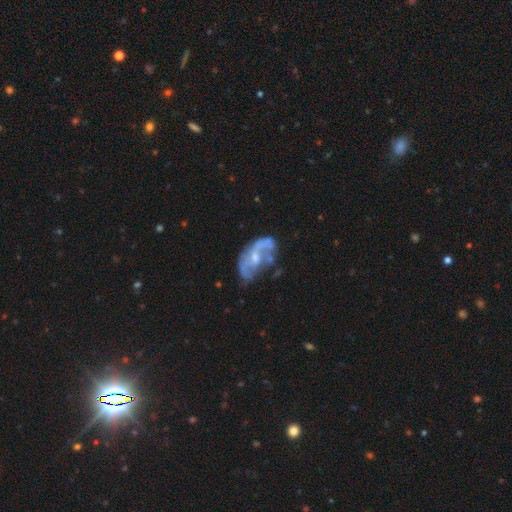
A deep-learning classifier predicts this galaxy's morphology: featured or disk 72%, smooth 20%, star or artifact 9%. Down the decision tree: edge-on disk — no (95%); bar — no (61%); spiral arms — yes (56%); bulge size — small (48%); merging — none (39%).